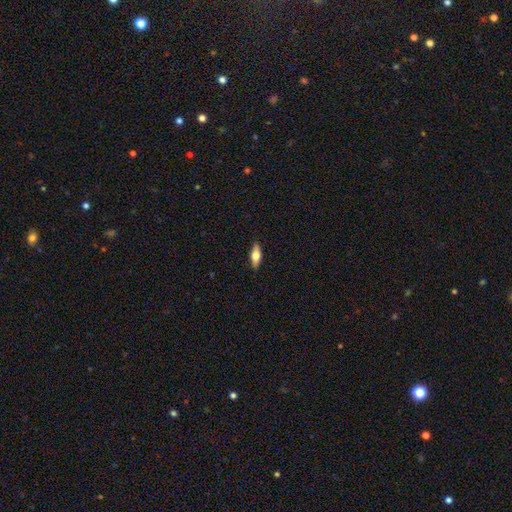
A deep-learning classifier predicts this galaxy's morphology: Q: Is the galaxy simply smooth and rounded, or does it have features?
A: smooth — 51%.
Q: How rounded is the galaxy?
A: in between — 62%.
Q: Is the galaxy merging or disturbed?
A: none — 88%.